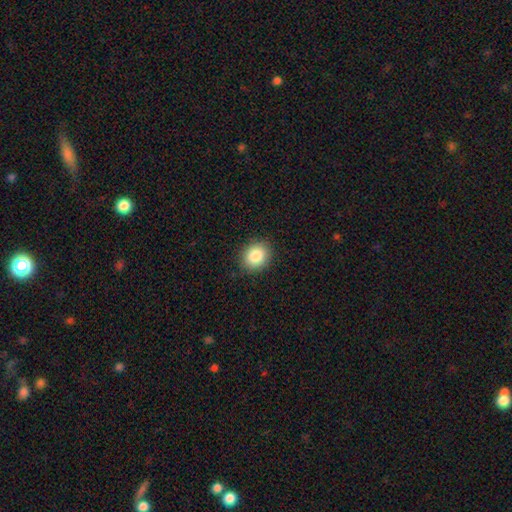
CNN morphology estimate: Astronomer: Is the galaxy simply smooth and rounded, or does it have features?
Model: smooth — 85%.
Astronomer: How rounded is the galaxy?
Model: round — 66%.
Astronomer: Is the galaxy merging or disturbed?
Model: none — 89%.